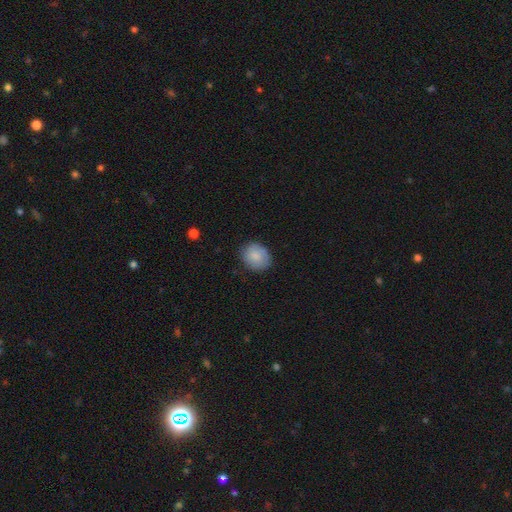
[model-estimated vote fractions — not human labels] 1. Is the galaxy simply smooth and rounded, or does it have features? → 81% smooth, 12% featured or disk, 7% star or artifact.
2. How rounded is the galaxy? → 67% round, 32% in between, 1% cigar-shaped.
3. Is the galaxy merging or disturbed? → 82% none, 14% minor disturbance, 3% major disturbance, 1% merger.